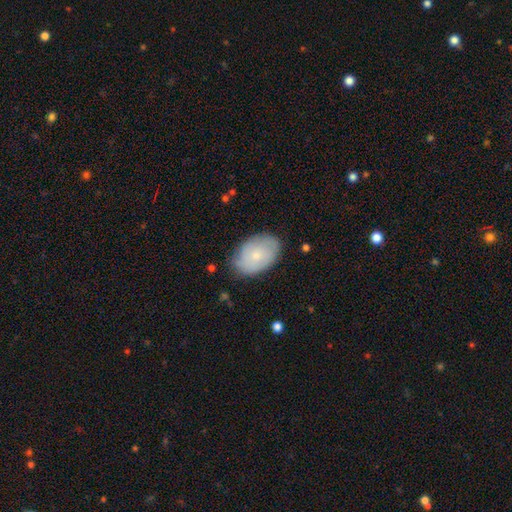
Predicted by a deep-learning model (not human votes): A smooth galaxy with no disk features (67%) that is in between round and cigar-shaped (88%).

Vote fractions:
- Smooth or featured? smooth: 67% / featured or disk: 26% / star or artifact: 6%
- How rounded? in between: 88% / round: 10% / cigar-shaped: 1%
- Merging? none: 78% / minor disturbance: 18% / major disturbance: 4% / merger: 1%